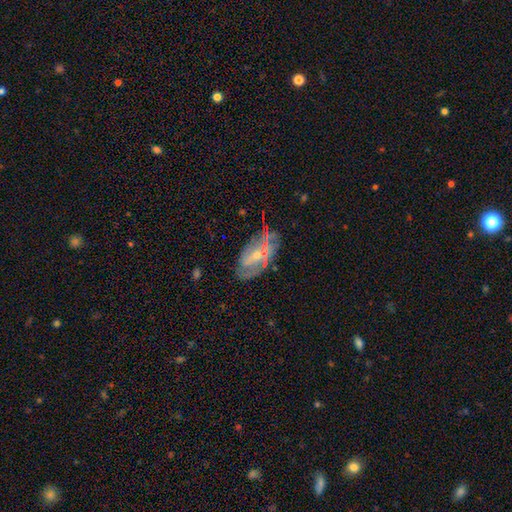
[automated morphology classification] A featured or disk galaxy (72%) with no bar (42%), spiral arms (75%) and a small central bulge (68%).

Vote fractions:
- Smooth or featured? featured or disk: 72% / smooth: 19% / star or artifact: 9%
- Edge-on disk? no: 92% / yes: 8%
- Bar? no: 42% / weak: 41% / strong: 17%
- Spiral arms? yes: 75% / no: 25%
- Bulge size? small: 68% / moderate: 25% / none: 5% / large: 1% / dominant: 1%
- Merging? none: 57% / minor disturbance: 24% / major disturbance: 13% / merger: 6%